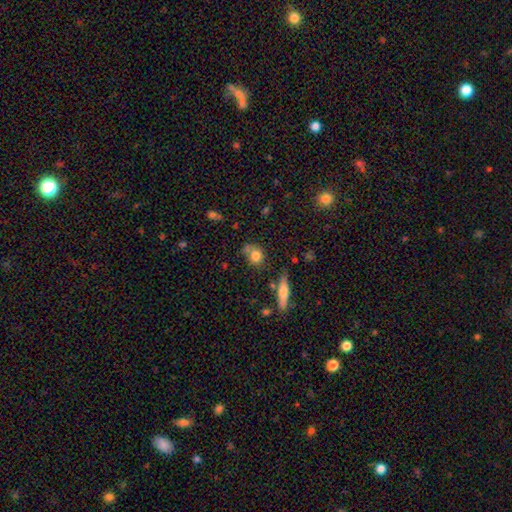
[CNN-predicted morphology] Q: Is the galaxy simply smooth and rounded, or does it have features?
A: smooth — 77%.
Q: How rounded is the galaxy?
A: round — 66%.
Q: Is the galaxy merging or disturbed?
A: none — 55%.